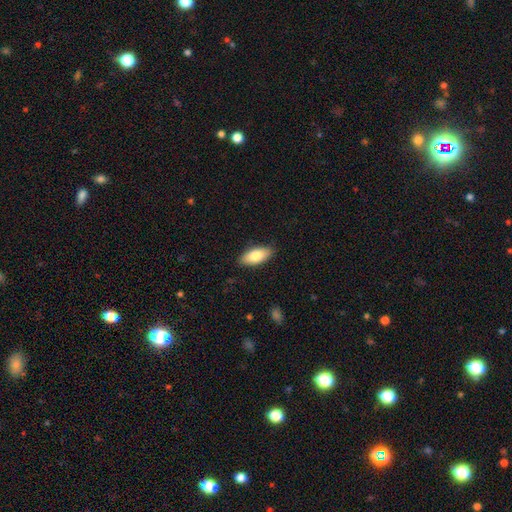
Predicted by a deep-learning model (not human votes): smooth 81%, featured or disk 14%, star or artifact 6%. Down the decision tree: how rounded — in between (88%); merging — none (87%).